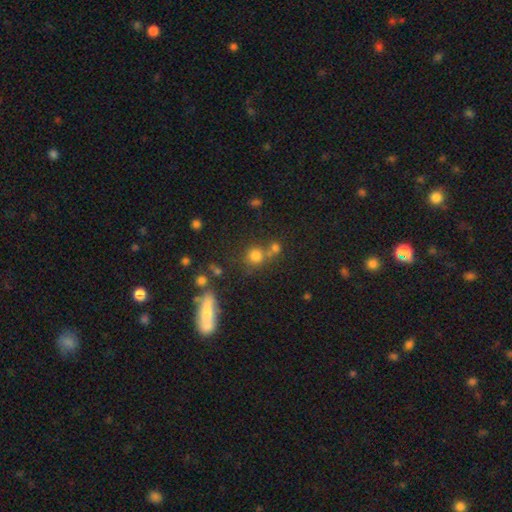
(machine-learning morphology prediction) smooth_or_featured: smooth (p=0.75) [alt: star or artifact p=0.17]
how_rounded: round (p=0.88) [alt: in between p=0.11]
merging: none (p=0.58) [alt: merger p=0.27]